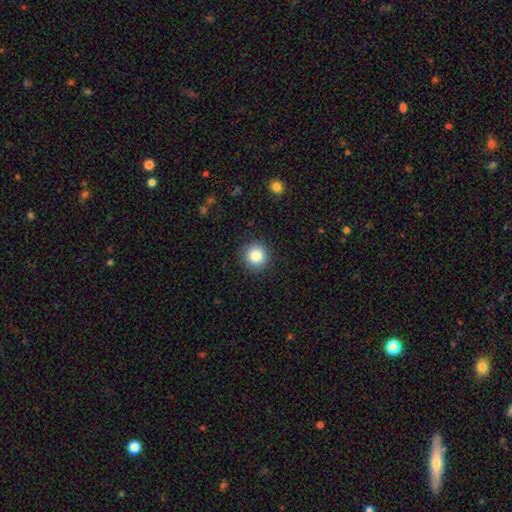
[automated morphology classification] This appears to be a smooth galaxy with no disk features (84%) that is round (95%). Merging: none (91%).